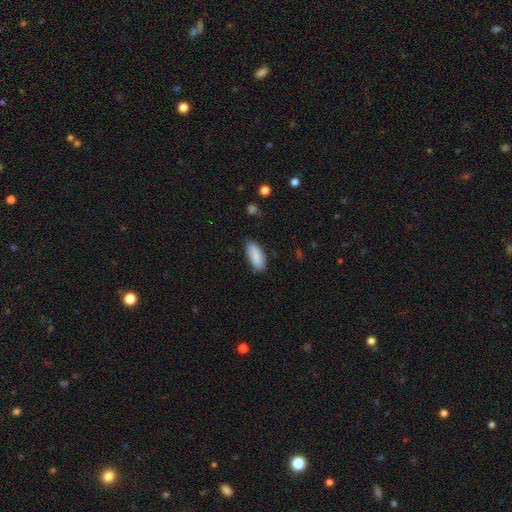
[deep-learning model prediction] The model was most divided on "how rounded": in between: 81%, cigar-shaped: 17%, round: 2%. More confident: smooth or featured — smooth (89%); merging — none (85%).